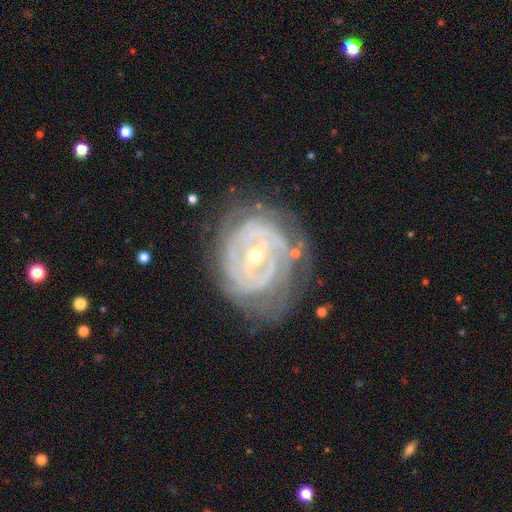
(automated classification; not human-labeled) The model was most divided on "bar": weak: 41%, no: 34%, strong: 25%. Remaining: edge-on disk — no (97%); spiral arms — yes (92%); smooth or featured — featured or disk (88%); spiral winding — tight (78%); merging — none (69%); bulge size — small (55%); spiral arm count — can't tell (39%).